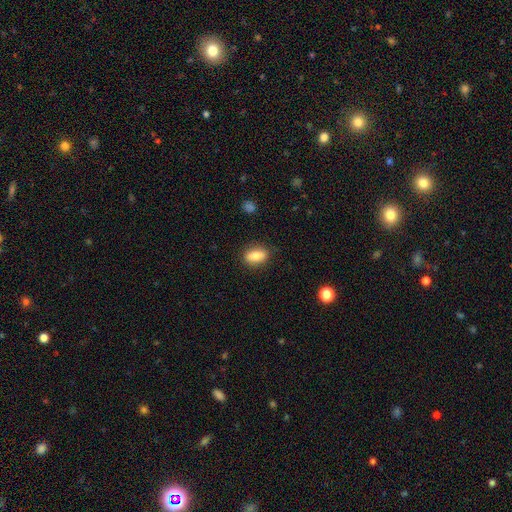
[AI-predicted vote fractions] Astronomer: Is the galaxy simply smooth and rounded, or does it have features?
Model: smooth — 81%.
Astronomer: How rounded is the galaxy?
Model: in between — 80%.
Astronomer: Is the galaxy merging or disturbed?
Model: none — 84%.